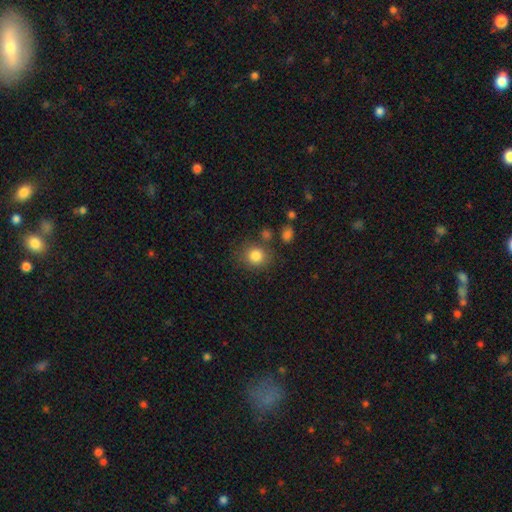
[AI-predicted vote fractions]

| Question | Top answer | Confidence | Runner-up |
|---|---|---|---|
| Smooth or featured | smooth | 83% | star or artifact (10%) |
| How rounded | round | 82% | in between (18%) |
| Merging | none | 77% | minor disturbance (12%) |